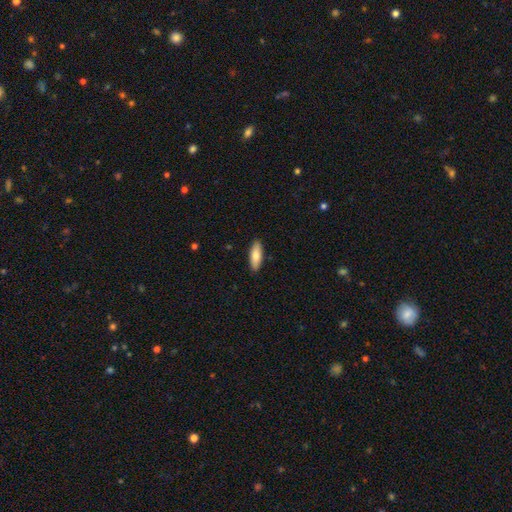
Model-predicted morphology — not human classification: smooth 79%, featured or disk 16%, star or artifact 6%. Down the decision tree: how rounded — in between (65%); merging — none (90%).